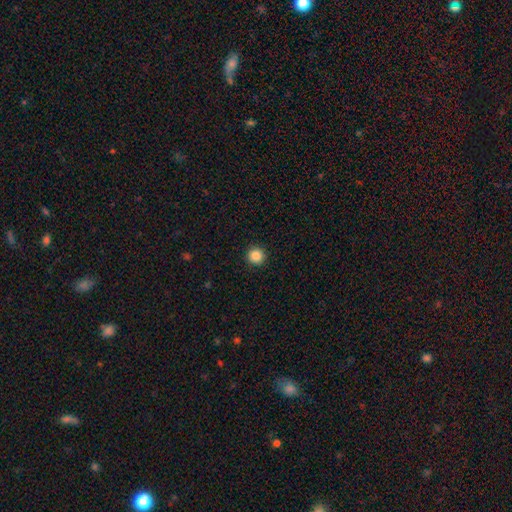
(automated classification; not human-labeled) Overall: smooth (87%). How rounded: round (95%). Merging: none (93%).